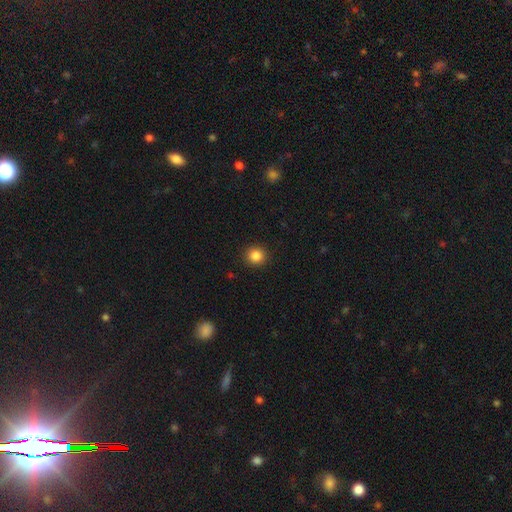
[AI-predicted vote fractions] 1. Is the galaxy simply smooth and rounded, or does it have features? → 85% smooth, 11% star or artifact, 4% featured or disk.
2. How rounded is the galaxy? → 91% round, 8% in between, 1% cigar-shaped.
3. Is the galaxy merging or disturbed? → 92% none, 5% minor disturbance, 2% major disturbance, 1% merger.